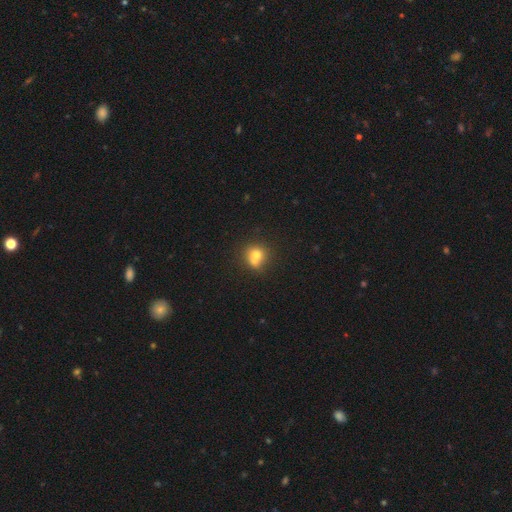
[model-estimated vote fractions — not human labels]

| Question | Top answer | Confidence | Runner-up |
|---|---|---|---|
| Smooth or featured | smooth | 70% | featured or disk (18%) |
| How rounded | round | 78% | in between (21%) |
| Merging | merger | 50% | none (36%) |